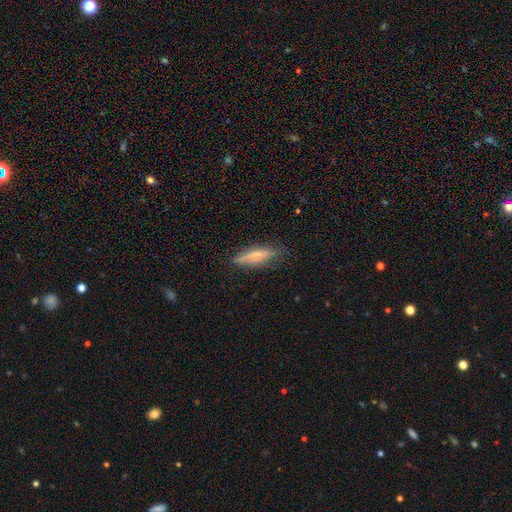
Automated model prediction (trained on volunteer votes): This appears to be a smooth galaxy with no disk features (56%) that is cigar-shaped (74%). Merging: none (78%).